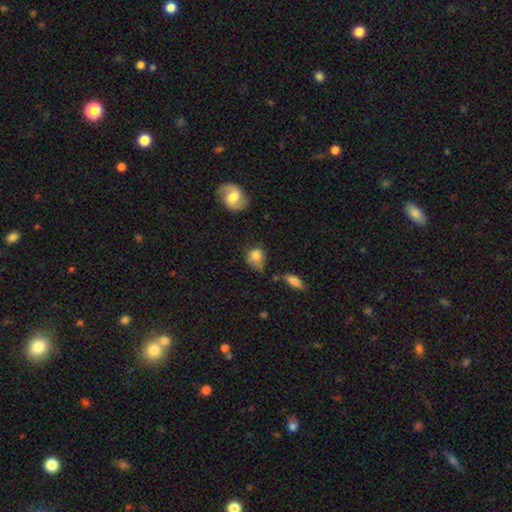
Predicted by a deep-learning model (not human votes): This appears to be a smooth galaxy with no disk features (79%) that is in between round and cigar-shaped (51%). Merging: none (39%, tied with minor disturbance).